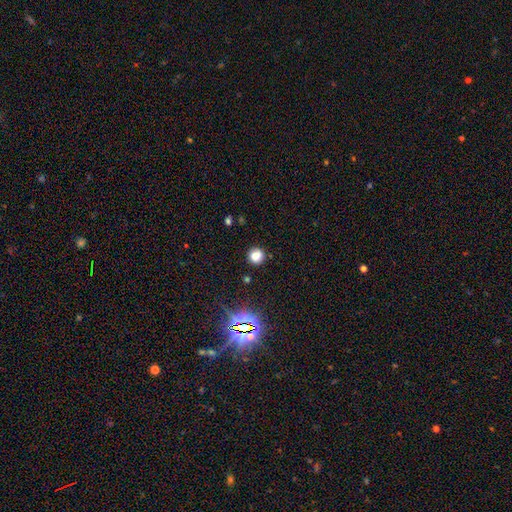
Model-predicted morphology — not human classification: smooth 78%, star or artifact 17%, featured or disk 6%. Down the decision tree: how rounded — round (92%); merging — none (89%).